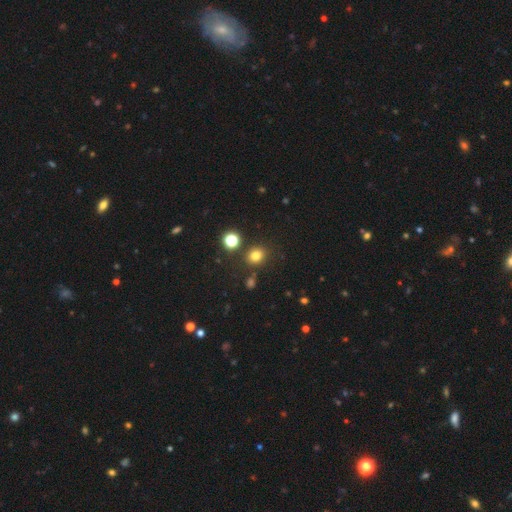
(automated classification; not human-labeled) Morphology: type=smooth (77%); roundness=round (68%); merging=none (80%).